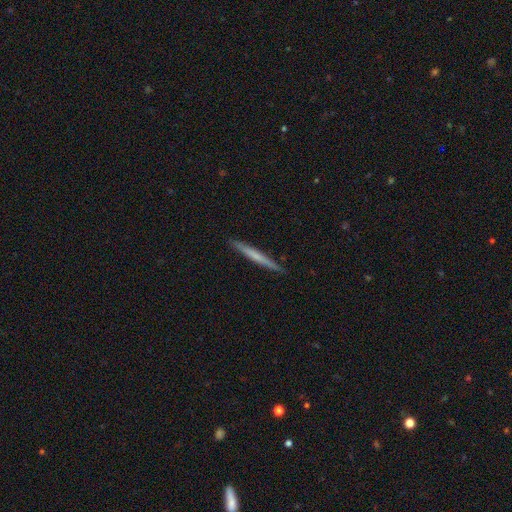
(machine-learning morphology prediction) Smooth or featured: smooth — 52% (featured or disk — 42%)
How rounded: cigar-shaped — 97% (in between — 2%)
Merging: none — 91% (minor disturbance — 7%)